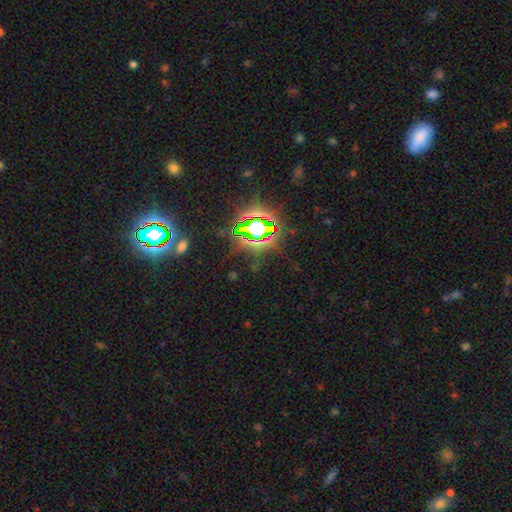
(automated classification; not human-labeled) Overall: star or artifact (80%).